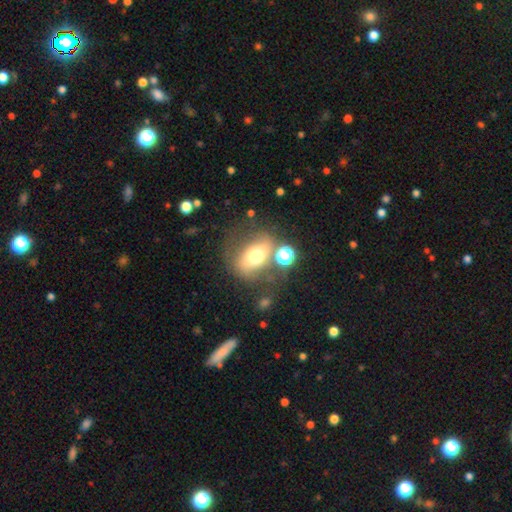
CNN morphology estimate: Smooth or featured?
  - smooth: 52% *
  - featured or disk: 35%
  - star or artifact: 12%
How rounded?
  - in between: 68% *
  - round: 28%
  - cigar-shaped: 4%
Merging?
  - none: 55% *
  - minor disturbance: 18%
  - merger: 14%
  - major disturbance: 14%